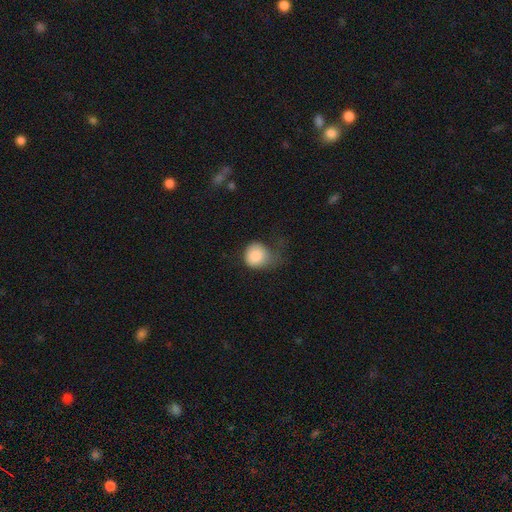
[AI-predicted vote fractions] This appears to be a smooth galaxy with no disk features (83%) that is round (80%). Merging: minor disturbance (37%).